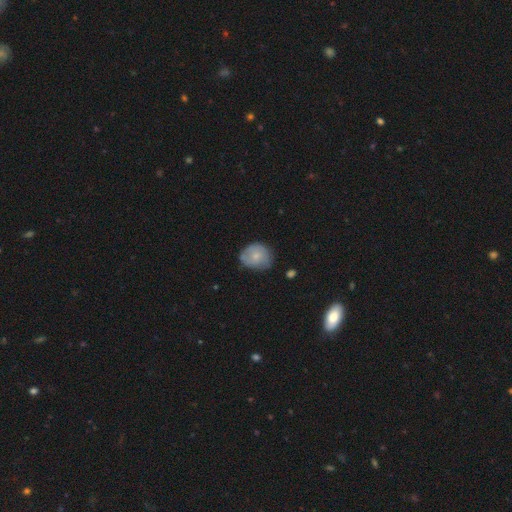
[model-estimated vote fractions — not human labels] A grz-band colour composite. It shows a smooth galaxy with no disk features (66%) that is round (63%). Merging: none (58%).